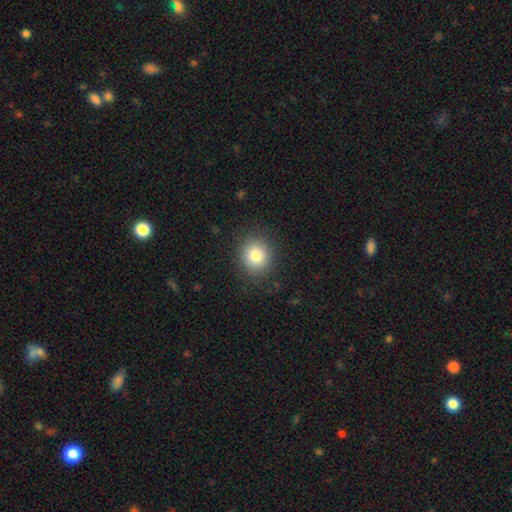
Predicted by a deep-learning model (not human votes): smooth 82%, star or artifact 10%, featured or disk 8%. Down the decision tree: how rounded — round (85%); merging — none (87%).